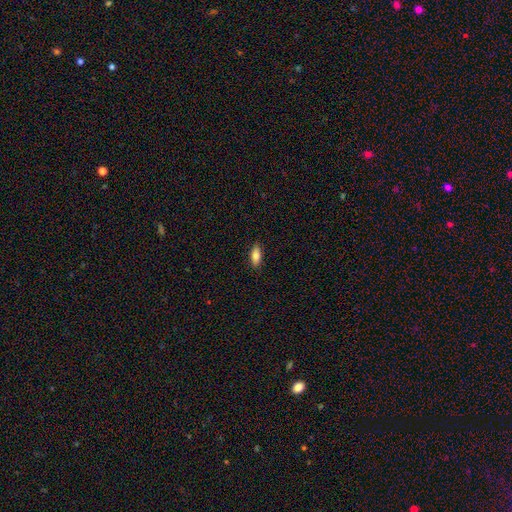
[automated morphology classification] A smooth galaxy with no disk features (78%) that is in between round and cigar-shaped (79%).

Vote fractions:
- Smooth or featured? smooth: 78% / featured or disk: 15% / star or artifact: 7%
- How rounded? in between: 79% / cigar-shaped: 18% / round: 3%
- Merging? none: 87% / minor disturbance: 10% / major disturbance: 2% / merger: 1%